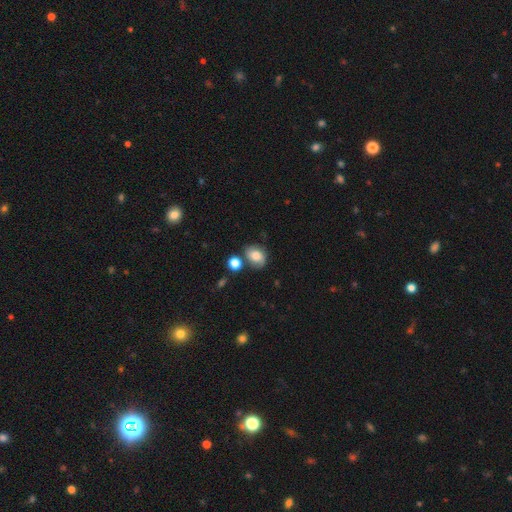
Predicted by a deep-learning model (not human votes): smooth_or_featured: smooth (p=0.61) [alt: featured or disk p=0.29]
how_rounded: in between (p=0.55) [alt: round p=0.44]
merging: none (p=0.62) [alt: minor disturbance p=0.20]